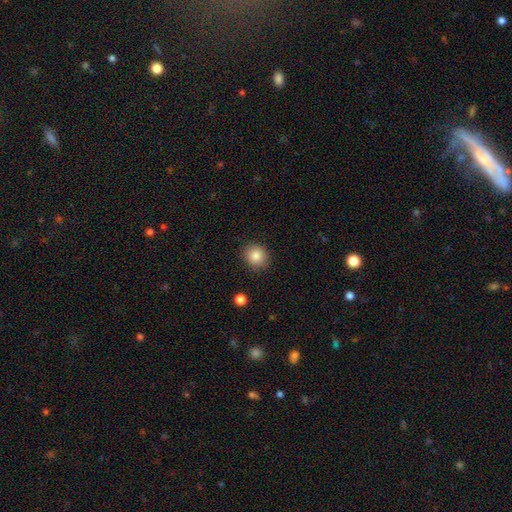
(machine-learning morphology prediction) Smooth or featured: smooth — 85% (star or artifact — 9%)
How rounded: round — 83% (in between — 16%)
Merging: none — 87% (minor disturbance — 9%)